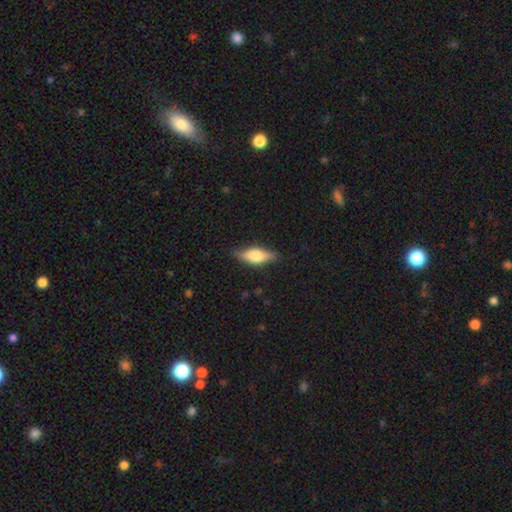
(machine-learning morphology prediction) A smooth galaxy with no disk features (52%) that is in between round and cigar-shaped (65%).

Vote fractions:
- Smooth or featured? smooth: 52% / featured or disk: 41% / star or artifact: 7%
- How rounded? in between: 65% / cigar-shaped: 32% / round: 4%
- Merging? none: 82% / minor disturbance: 14% / major disturbance: 3% / merger: 1%